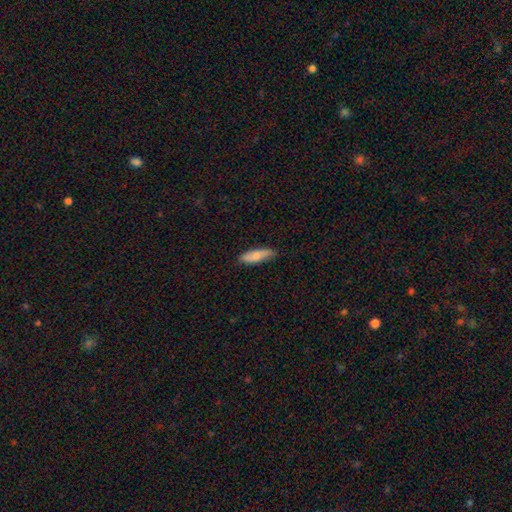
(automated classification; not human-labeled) smooth_or_featured: smooth (p=0.77) [alt: featured or disk p=0.17]
how_rounded: cigar-shaped (p=0.50) [alt: in between p=0.48]
merging: none (p=0.83) [alt: minor disturbance p=0.14]